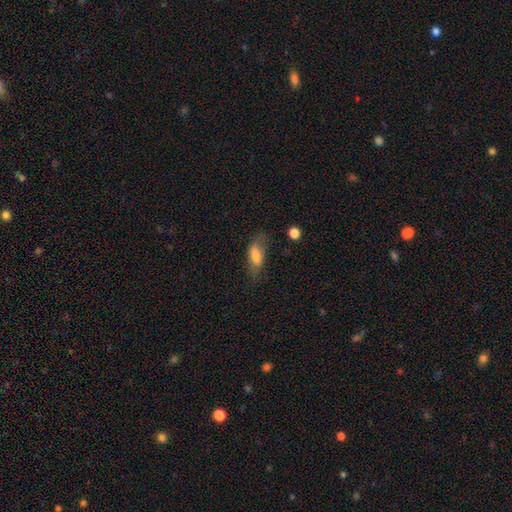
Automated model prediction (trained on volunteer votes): smooth 70%, featured or disk 22%, star or artifact 8%. Down the decision tree: how rounded — in between (75%); merging — none (57%).